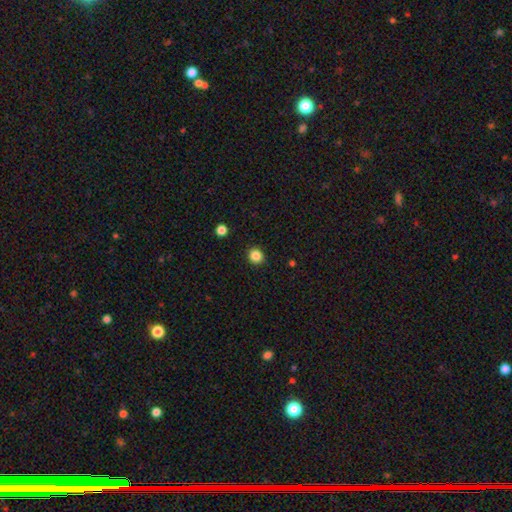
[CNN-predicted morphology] smooth-or-featured: smooth: 85% | star or artifact: 11% | featured or disk: 4%
  how-rounded: round: 87% | in between: 12% | cigar-shaped: 1%
  merging: none: 92% | minor disturbance: 5% | major disturbance: 2% | merger: 1%